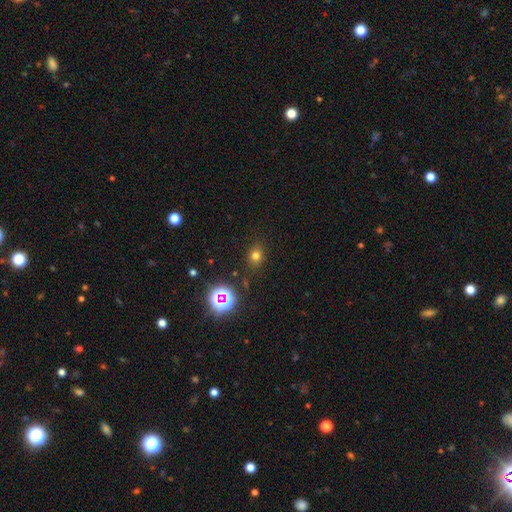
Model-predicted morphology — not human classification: A smooth galaxy with no disk features (70%) that is round (62%). Merging: none (85%).